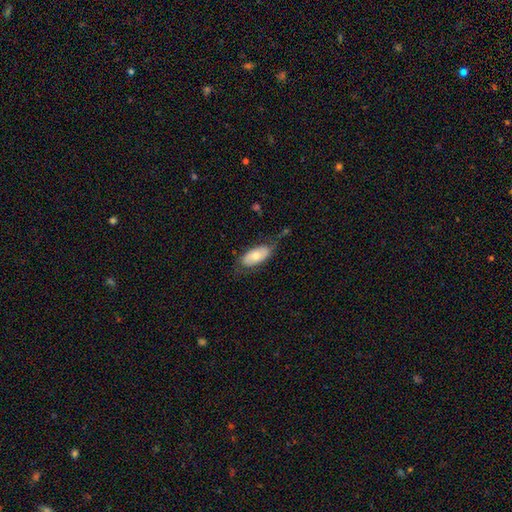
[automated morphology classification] A smooth galaxy with no disk features (64%) that is in between round and cigar-shaped (91%). Merging: none (61%).